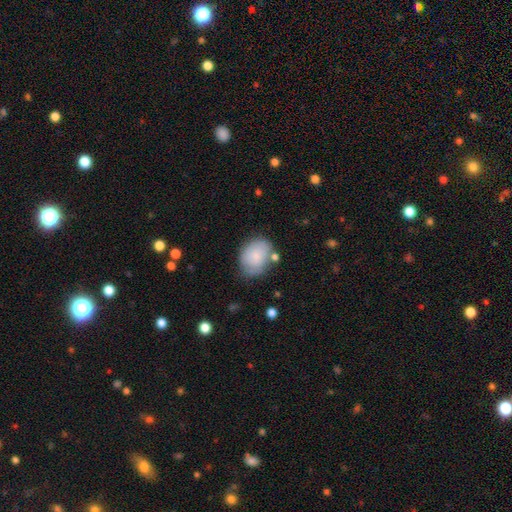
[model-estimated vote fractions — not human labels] smooth 72%, featured or disk 21%, star or artifact 7%. Down the decision tree: how rounded — in between (64%); merging — none (62%).